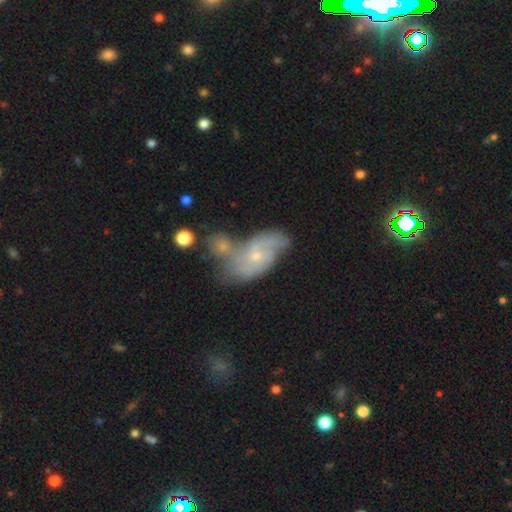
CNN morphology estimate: Smooth or featured? Predicted: featured or disk (p=0.72). Edge-on disk? Predicted: no (p=0.96). Bar? Predicted: no (p=0.71). Spiral arms? Predicted: yes (p=0.87). Spiral winding? Predicted: medium (p=0.44). Spiral arm count? Predicted: 2 (p=0.53). Bulge size? Predicted: small (p=0.68). Merging? Predicted: merger (p=0.41).